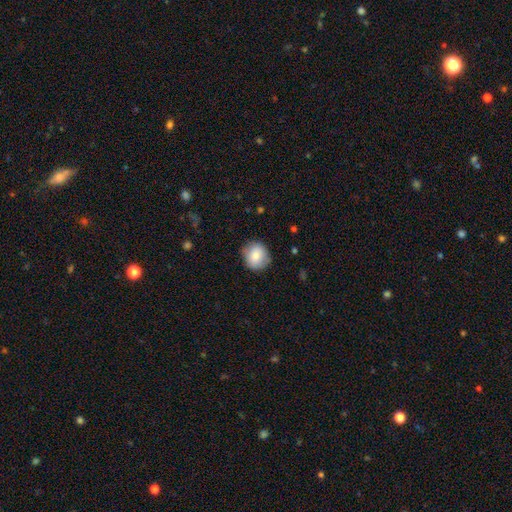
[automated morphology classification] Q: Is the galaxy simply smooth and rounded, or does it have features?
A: smooth — 80%.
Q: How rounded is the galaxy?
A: round — 86%.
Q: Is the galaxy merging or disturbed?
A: none — 83%.